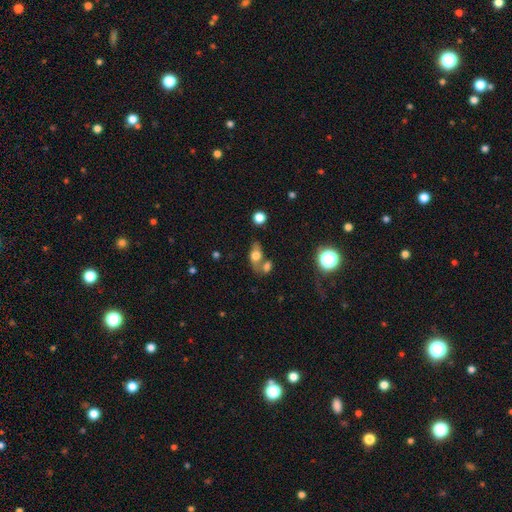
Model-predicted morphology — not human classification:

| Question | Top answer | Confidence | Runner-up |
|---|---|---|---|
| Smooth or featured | smooth | 62% | featured or disk (26%) |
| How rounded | in between | 74% | round (21%) |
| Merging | none | 39% | merger (37%) |